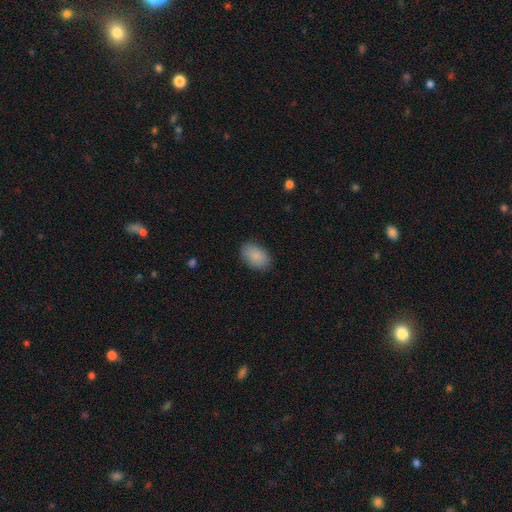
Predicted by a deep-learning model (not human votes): smooth 88%, star or artifact 7%, featured or disk 5%. Down the decision tree: how rounded — in between (91%); merging — none (86%).